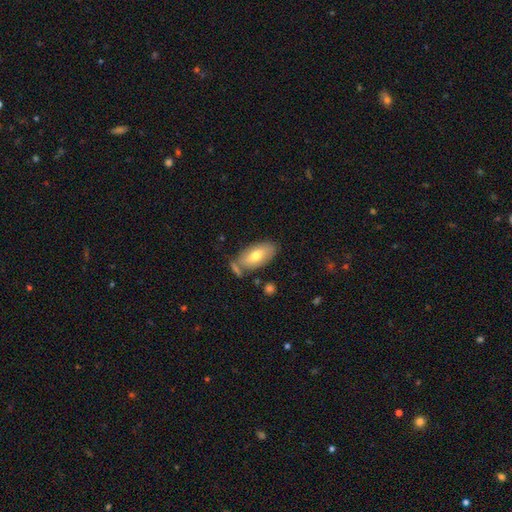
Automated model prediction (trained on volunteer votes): Smooth or featured?
  - smooth: 67% *
  - featured or disk: 27%
  - star or artifact: 7%
How rounded?
  - in between: 91% *
  - cigar-shaped: 6%
  - round: 3%
Merging?
  - none: 67% *
  - minor disturbance: 17%
  - merger: 12%
  - major disturbance: 5%